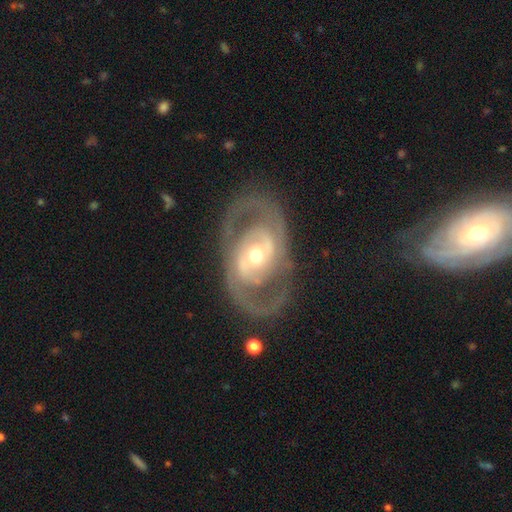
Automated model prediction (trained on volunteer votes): This is clearly a featured or disk galaxy (85%). It is clearly not viewed edge-on (95%). Bar: possibly no (48%). Spiral arm pattern: likely yes (77%). Spiral arm count: likely 2 (79%). Spiral winding: marginally medium (44%). Central bulge: likely moderate (66%). Merging: likely none (78%).